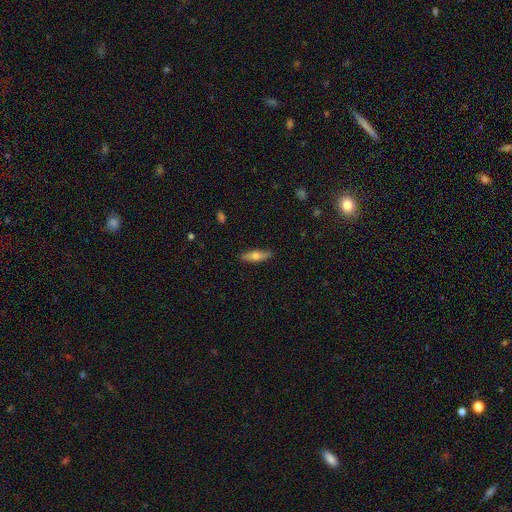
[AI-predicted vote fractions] A smooth galaxy with no disk features (57%) that is cigar-shaped (59%).

Vote fractions:
- Smooth or featured? smooth: 57% / featured or disk: 36% / star or artifact: 6%
- How rounded? cigar-shaped: 59% / in between: 39% / round: 3%
- Merging? none: 87% / minor disturbance: 10% / major disturbance: 2% / merger: 1%